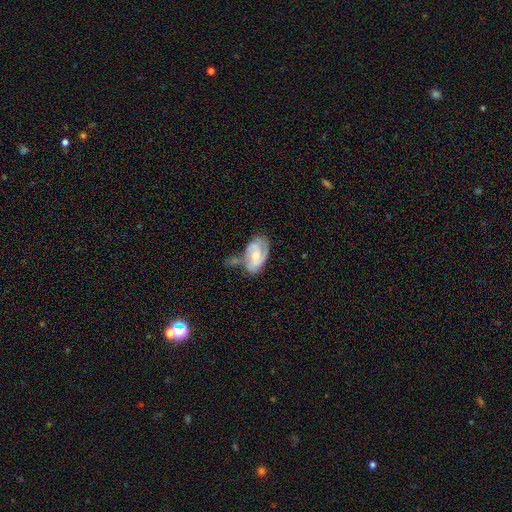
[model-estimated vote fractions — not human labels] Q: Smooth or featured?
A: featured or disk (70%); runner-up: smooth (24%)
Q: Edge-on disk?
A: no (96%); runner-up: yes (4%)
Q: Bar?
A: no (52%); runner-up: weak (39%)
Q: Spiral arms?
A: yes (88%); runner-up: no (12%)
Q: Spiral winding?
A: medium (43%); runner-up: tight (42%)
Q: Spiral arm count?
A: 2 (64%); runner-up: can't tell (18%)
Q: Bulge size?
A: moderate (51%); runner-up: small (43%)
Q: Merging?
A: none (38%); runner-up: minor disturbance (26%)